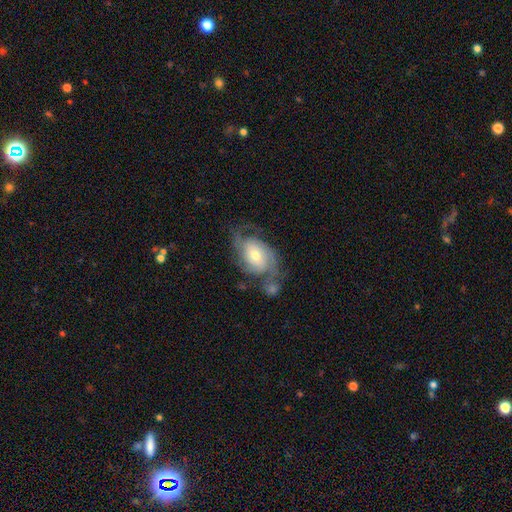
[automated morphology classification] A featured or disk galaxy (77%) with no bar (63%), 2 (53%) tight (41%, tied with medium) spiral arms (92%) and a moderate central bulge (59%).

Vote fractions:
- Smooth or featured? featured or disk: 77% / smooth: 17% / star or artifact: 6%
- Edge-on disk? no: 96% / yes: 4%
- Bar? no: 63% / weak: 30% / strong: 7%
- Spiral arms? yes: 92% / no: 8%
- Spiral winding? tight: 41% (tied) / medium: 41% (tied) / loose: 18%
- Spiral arm count? 2: 53% / can't tell: 20% / 3: 17% / 1: 5% / 4: 4% / more than 4: 3%
- Bulge size? moderate: 59% / small: 32% / large: 6% / none: 1% / dominant: 1%
- Merging? none: 47% / minor disturbance: 21% / major disturbance: 18% / merger: 14%